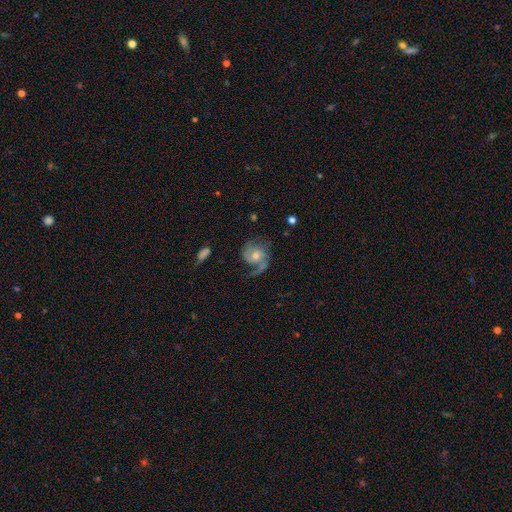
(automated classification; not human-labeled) The model was most divided on "spiral winding": medium: 45%, loose: 27%, tight: 27%. More confident: edge-on disk — no (98%); spiral arms — yes (95%); smooth or featured — featured or disk (80%); bar — no (67%); spiral arm count — 2 (64%); bulge size — moderate (59%); merging — none (59%).